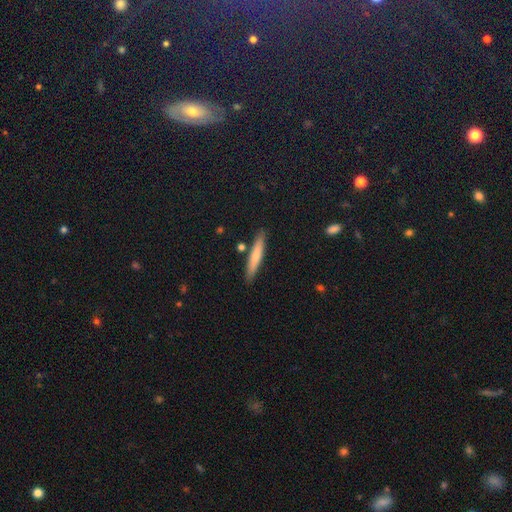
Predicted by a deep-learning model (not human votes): Q: Smooth or featured?
A: smooth (67%); runner-up: featured or disk (27%)
Q: How rounded?
A: cigar-shaped (92%); runner-up: in between (7%)
Q: Merging?
A: none (86%); runner-up: minor disturbance (9%)